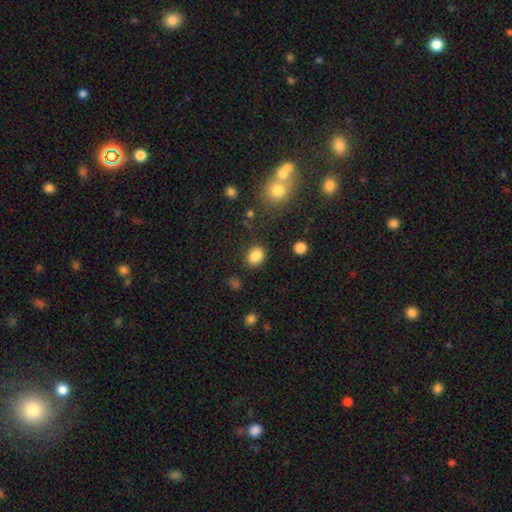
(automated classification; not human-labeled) Overall: smooth (85%). How rounded: in between (57%; round 42%). Merging: none (84%).